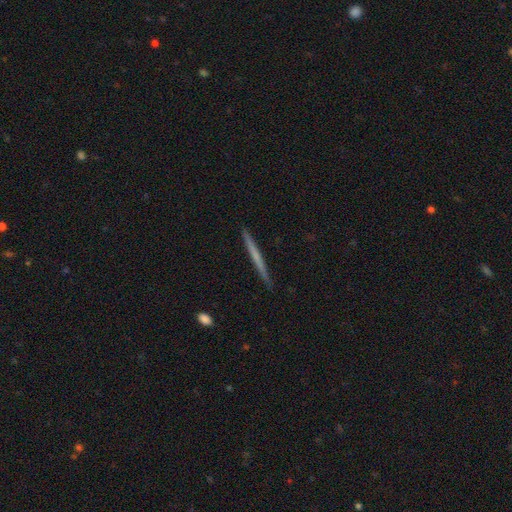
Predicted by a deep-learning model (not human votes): Overall: featured or disk (48%; smooth 46%). Merging: none (91%).